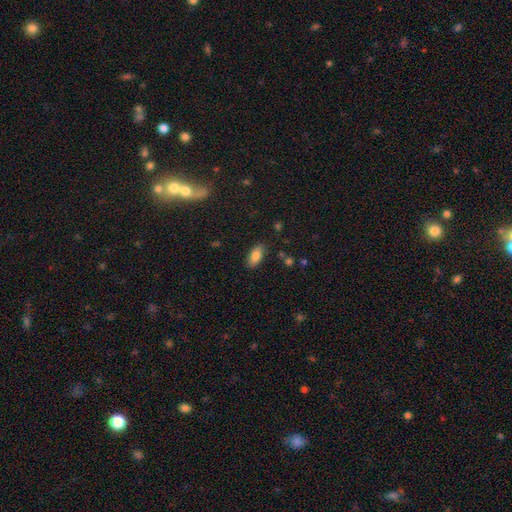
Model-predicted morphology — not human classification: A smooth galaxy with no disk features (81%) that is in between round and cigar-shaped (89%).

Vote fractions:
- Smooth or featured? smooth: 81% / featured or disk: 11% / star or artifact: 8%
- How rounded? in between: 89% / cigar-shaped: 8% / round: 3%
- Merging? none: 85% / minor disturbance: 11% / major disturbance: 3% / merger: 2%